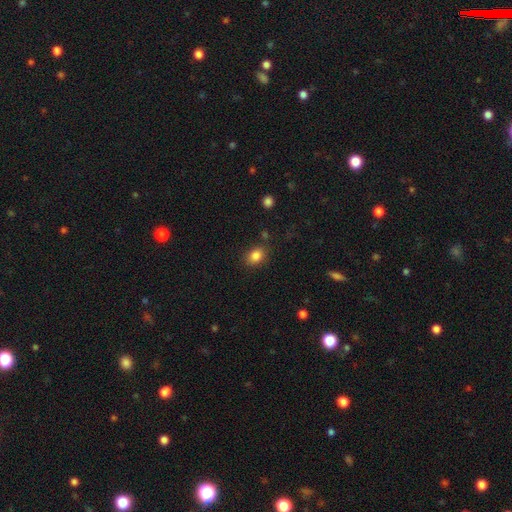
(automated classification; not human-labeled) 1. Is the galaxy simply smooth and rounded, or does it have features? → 85% smooth, 10% star or artifact, 5% featured or disk.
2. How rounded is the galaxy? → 62% in between, 37% round, 1% cigar-shaped.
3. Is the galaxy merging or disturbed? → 81% none, 12% minor disturbance, 4% major disturbance, 3% merger.